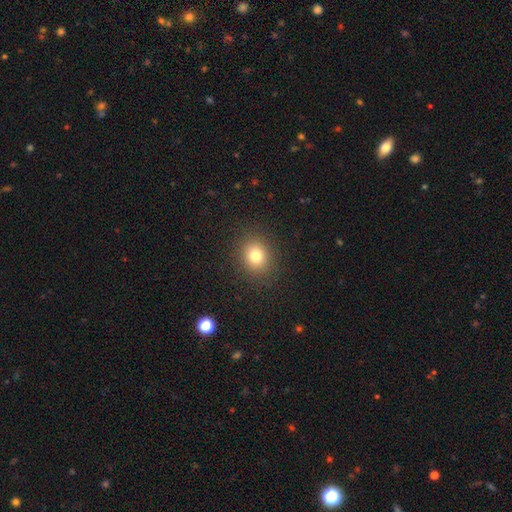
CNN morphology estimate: type=smooth (78%); roundness=round (74%); merging=none (89%).